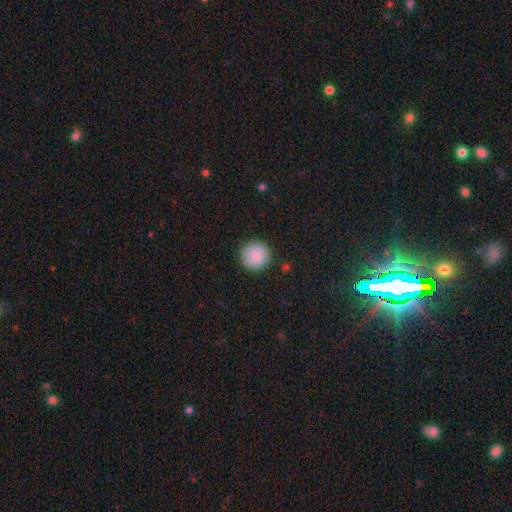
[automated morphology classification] A smooth galaxy with no disk features (84%) that is round (95%). Merging: none (90%).